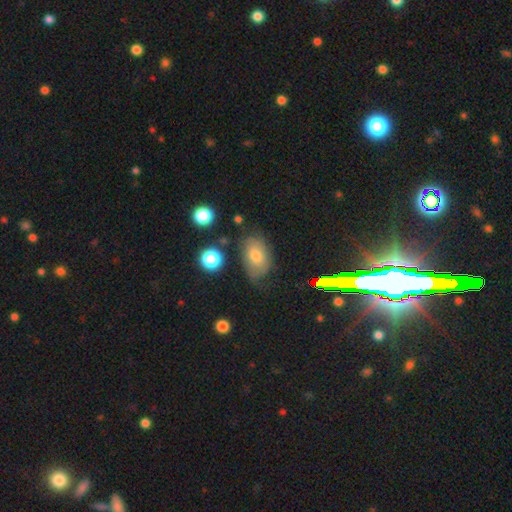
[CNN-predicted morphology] This appears to be a smooth galaxy with no disk features (61%) that is in between round and cigar-shaped (86%). Merging: none (58%).